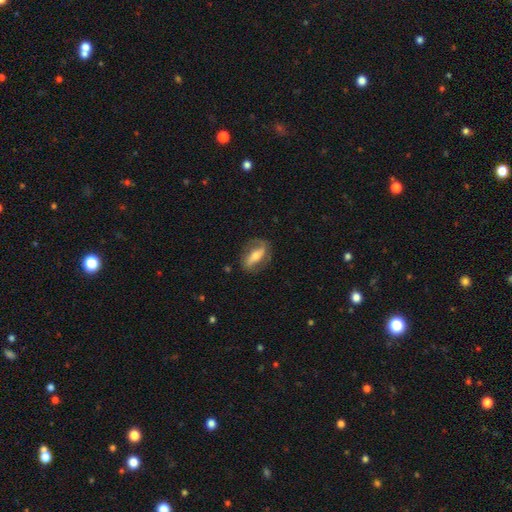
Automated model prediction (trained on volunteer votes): Smooth or featured?
  - featured or disk: 67% *
  - smooth: 27%
  - star or artifact: 6%
Edge-on disk?
  - no: 84% *
  - yes: 16%
Bar?
  - strong: 56% *
  - weak: 23%
  - no: 21%
Spiral arms?
  - yes: 79% *
  - no: 21%
Bulge size?
  - moderate: 58% *
  - small: 32%
  - large: 7%
  - none: 2%
  - dominant: 1%
Merging?
  - none: 76% *
  - minor disturbance: 16%
  - major disturbance: 7%
  - merger: 1%